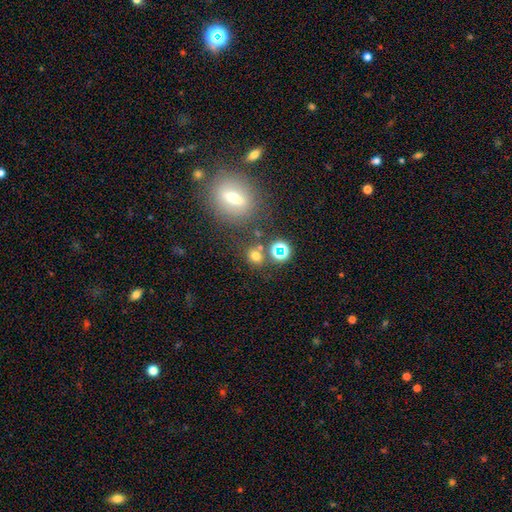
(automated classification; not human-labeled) The model was most divided on "how rounded": round: 67%, in between: 32%, cigar-shaped: 2%. More confident: merging — none (69%); smooth or featured — smooth (65%).